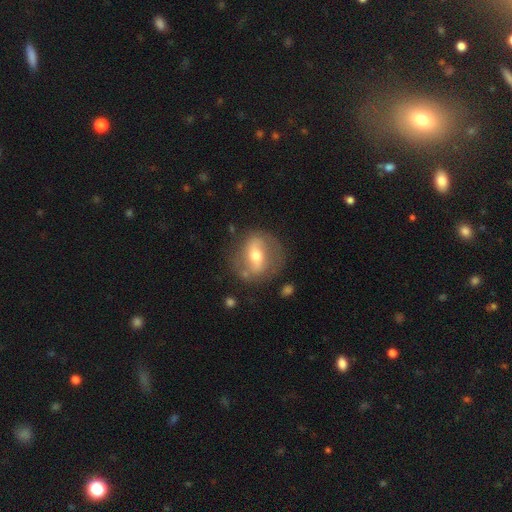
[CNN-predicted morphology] type=featured or disk (64%); edge-on=no (90%); bar=strong (48%); spiral arms=yes (54%); bulge=moderate (70%); merging=none (75%).